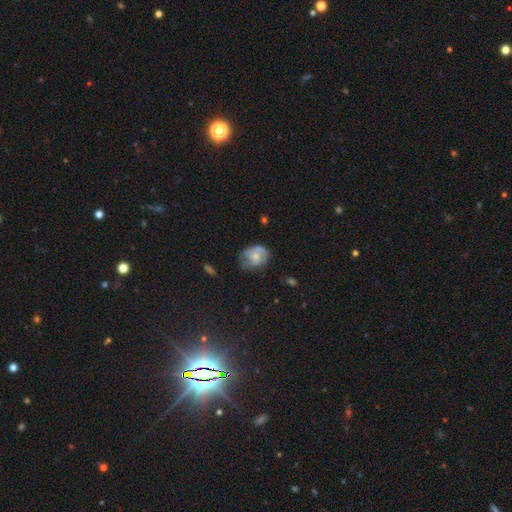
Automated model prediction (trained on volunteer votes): Smooth or featured? Predicted: featured or disk (p=0.52). Edge-on disk? Predicted: no (p=0.97). Bar? Predicted: no (p=0.75). Spiral arms? Predicted: yes (p=0.70). Bulge size? Predicted: small (p=0.43). Merging? Predicted: none (p=0.50).